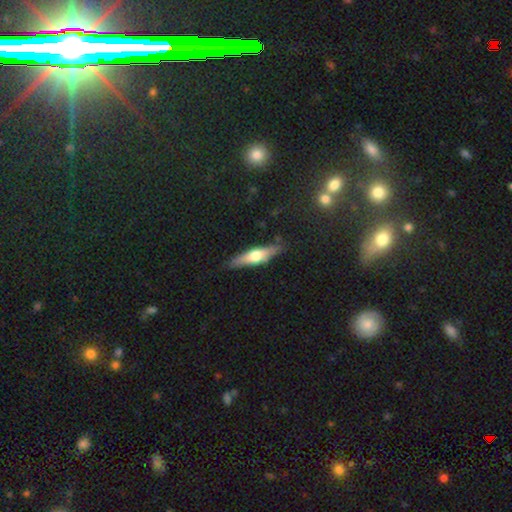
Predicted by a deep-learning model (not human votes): A featured or disk galaxy (54%) viewed edge-on (91%).

Vote fractions:
- Smooth or featured? featured or disk: 54% / smooth: 40% / star or artifact: 6%
- Edge-on disk? yes: 91% / no: 9%
- Merging? none: 84% / minor disturbance: 12% / major disturbance: 2% / merger: 2%